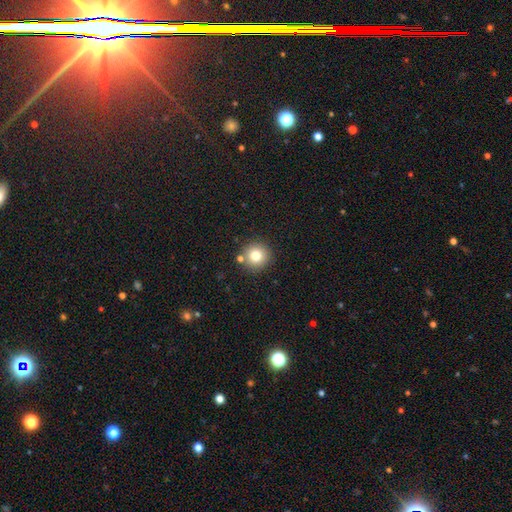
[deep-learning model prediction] Smooth or featured?
  - smooth: 78% *
  - star or artifact: 13%
  - featured or disk: 9%
How rounded?
  - round: 94% *
  - in between: 5%
  - cigar-shaped: 1%
Merging?
  - none: 84% *
  - minor disturbance: 7%
  - merger: 7%
  - major disturbance: 2%